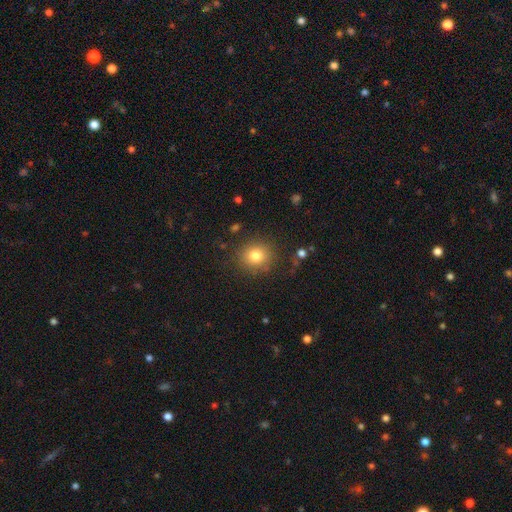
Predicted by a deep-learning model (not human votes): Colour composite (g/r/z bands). It shows a smooth galaxy with no disk features (80%) that is round (86%). Merging: none (86%).